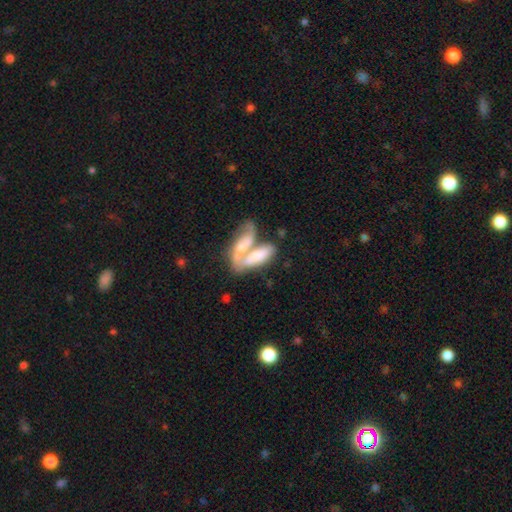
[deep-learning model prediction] Smooth or featured? smooth (53%)
How rounded? in between (65%)
Merging? merger (67%)